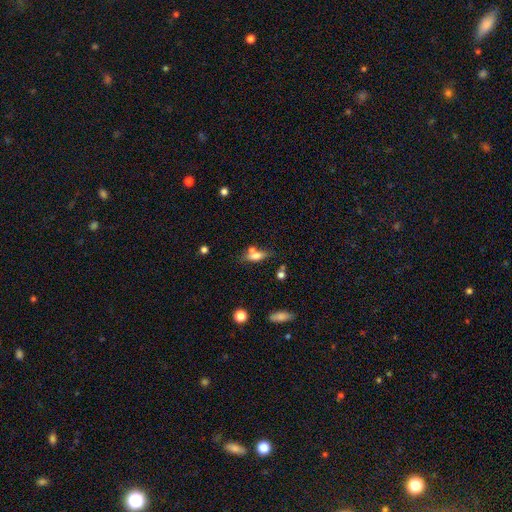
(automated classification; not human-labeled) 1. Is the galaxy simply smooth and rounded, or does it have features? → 66% smooth, 23% featured or disk, 11% star or artifact.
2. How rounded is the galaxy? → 66% in between, 28% cigar-shaped, 6% round.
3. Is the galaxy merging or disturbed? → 51% none, 28% merger, 15% minor disturbance, 6% major disturbance.